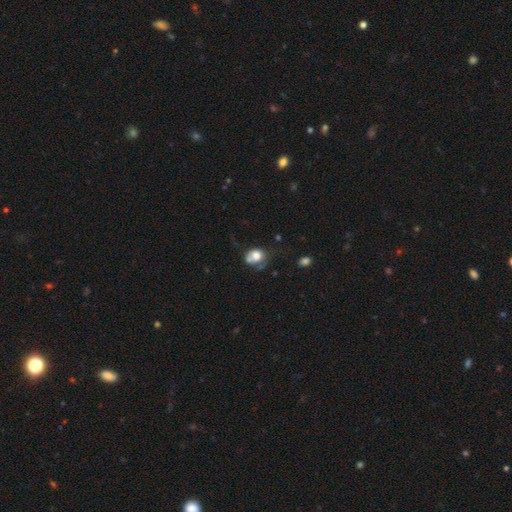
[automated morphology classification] Q: Smooth or featured?
A: smooth (72%); runner-up: featured or disk (19%)
Q: How rounded?
A: in between (50%); runner-up: round (49%)
Q: Merging?
A: none (34%); runner-up: minor disturbance (29%)